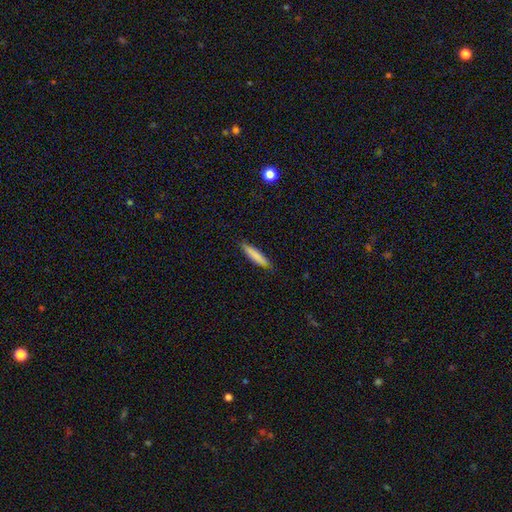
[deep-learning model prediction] Smooth or featured?
  - smooth: 82% *
  - featured or disk: 12%
  - star or artifact: 6%
How rounded?
  - cigar-shaped: 83% *
  - in between: 16%
  - round: 1%
Merging?
  - none: 84% *
  - minor disturbance: 13%
  - major disturbance: 2%
  - merger: 1%